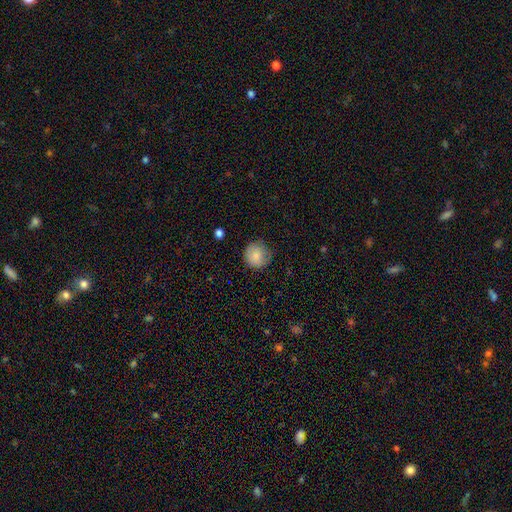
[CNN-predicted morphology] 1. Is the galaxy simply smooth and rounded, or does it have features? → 84% smooth, 8% star or artifact, 7% featured or disk.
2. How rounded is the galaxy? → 91% round, 8% in between, 1% cigar-shaped.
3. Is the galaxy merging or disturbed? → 80% none, 16% minor disturbance, 3% major disturbance, 1% merger.